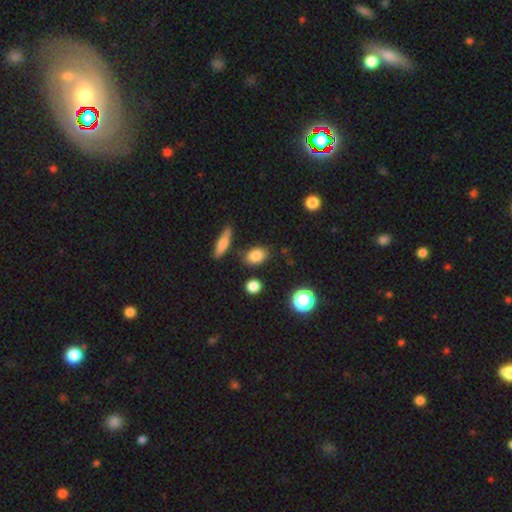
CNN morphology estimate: This is clearly a smooth galaxy (84%). How rounded: likely in between (70%). Merging: clearly none (81%).